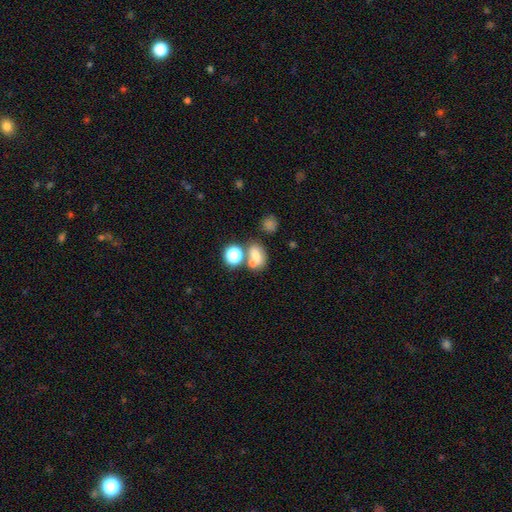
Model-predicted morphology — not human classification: Q: Smooth or featured?
A: smooth (65%); runner-up: star or artifact (19%)
Q: How rounded?
A: in between (61%); runner-up: round (36%)
Q: Merging?
A: none (47%); runner-up: merger (36%)